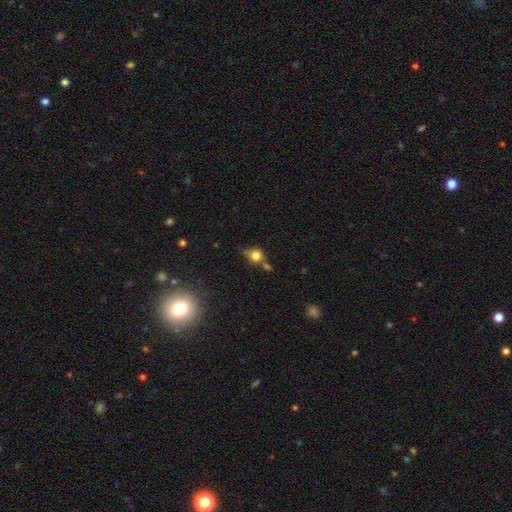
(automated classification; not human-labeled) Smooth or featured?
  - smooth: 77% *
  - star or artifact: 12%
  - featured or disk: 11%
How rounded?
  - round: 77% *
  - in between: 21%
  - cigar-shaped: 2%
Merging?
  - none: 50% *
  - merger: 21%
  - minor disturbance: 21%
  - major disturbance: 8%